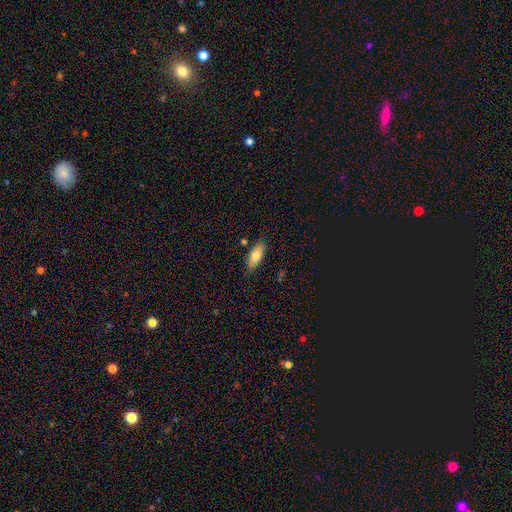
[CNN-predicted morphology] Overall: smooth (78%). How rounded: in between (75%). Merging: none (82%).